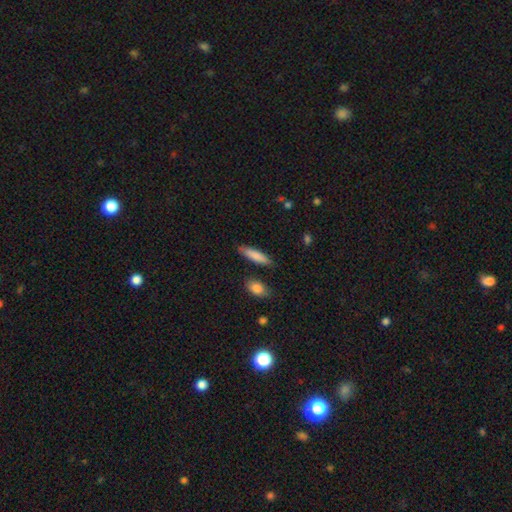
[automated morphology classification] The model was most divided on "how rounded": cigar-shaped: 74%, in between: 24%, round: 2%. More confident: merging — none (86%); smooth or featured — smooth (84%).